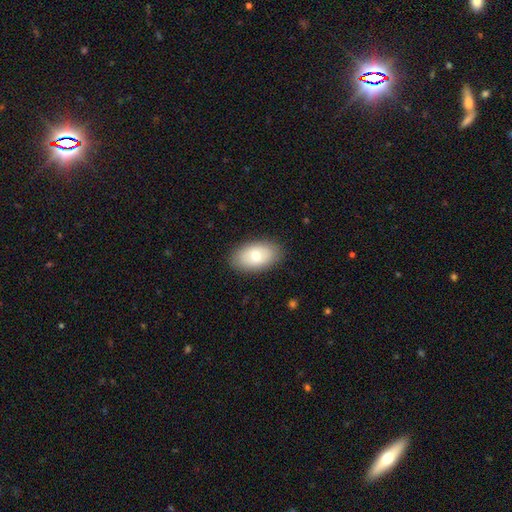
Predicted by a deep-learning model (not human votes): A smooth galaxy with no disk features (76%) that is in between round and cigar-shaped (93%).

Vote fractions:
- Smooth or featured? smooth: 76% / featured or disk: 18% / star or artifact: 6%
- How rounded? in between: 93% / round: 6% / cigar-shaped: 2%
- Merging? none: 87% / minor disturbance: 9% / major disturbance: 2% / merger: 1%